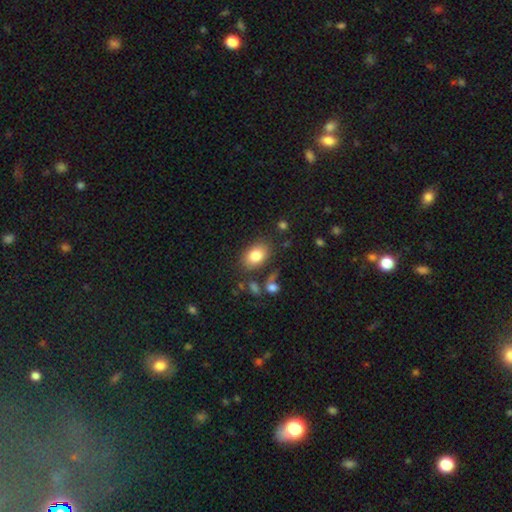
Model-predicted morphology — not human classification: A smooth galaxy with no disk features (82%) that is in between round and cigar-shaped (81%).

Vote fractions:
- Smooth or featured? smooth: 82% / featured or disk: 10% / star or artifact: 8%
- How rounded? in between: 81% / round: 18% / cigar-shaped: 1%
- Merging? none: 78% / minor disturbance: 13% / merger: 5% / major disturbance: 5%